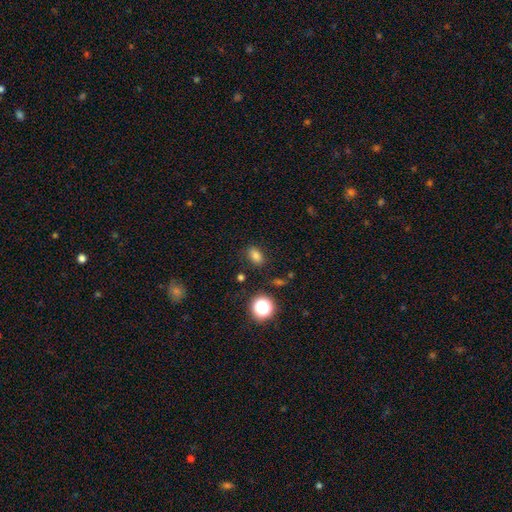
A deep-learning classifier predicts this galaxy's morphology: Q: Smooth or featured?
A: smooth (77%); runner-up: star or artifact (16%)
Q: How rounded?
A: in between (79%); runner-up: round (19%)
Q: Merging?
A: none (82%); runner-up: minor disturbance (12%)